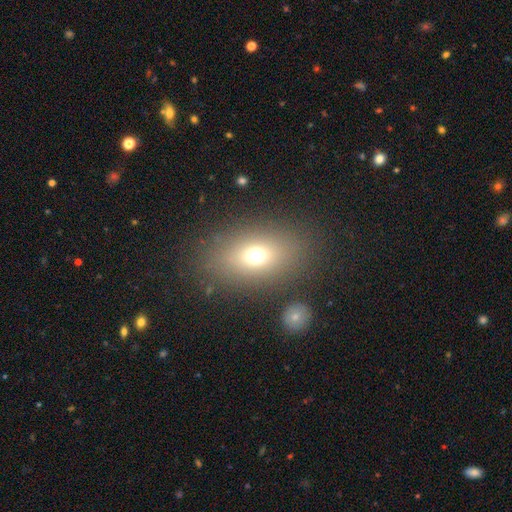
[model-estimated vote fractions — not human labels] smooth 70%, star or artifact 16%, featured or disk 14%. Down the decision tree: how rounded — in between (72%); merging — none (80%).